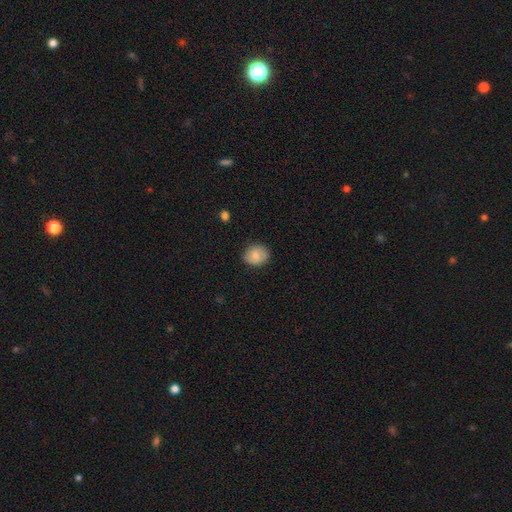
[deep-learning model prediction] smooth-or-featured: smooth: 77% | featured or disk: 15% | star or artifact: 8%
  how-rounded: round: 71% | in between: 28% | cigar-shaped: 1%
  merging: none: 82% | minor disturbance: 14% | major disturbance: 3% | merger: 1%